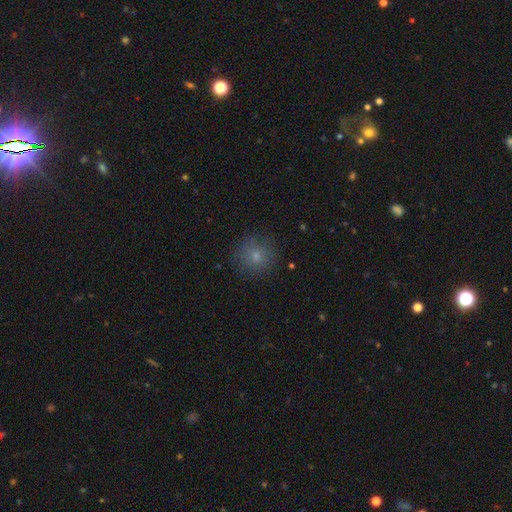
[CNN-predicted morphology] Overall: smooth (75%). How rounded: round (91%). Merging: none (83%).